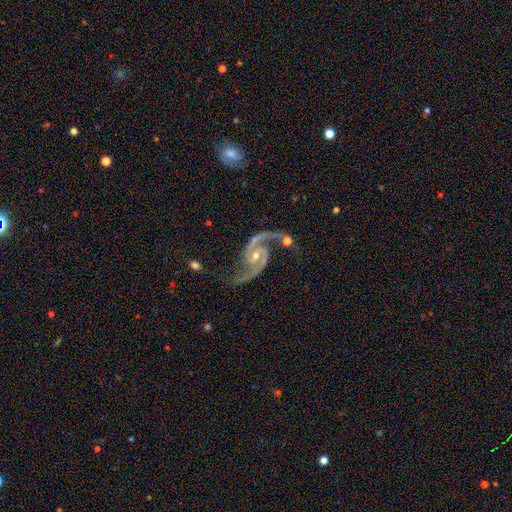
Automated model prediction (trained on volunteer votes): This is clearly a featured or disk galaxy (93%). It is clearly not viewed edge-on (98%). Bar: possibly no (56%). Spiral arm pattern: clearly yes (98%). Spiral arm count: clearly 2 (94%). Spiral winding: possibly medium (54%). Central bulge: possibly small (54%). Merging: likely none (66%).